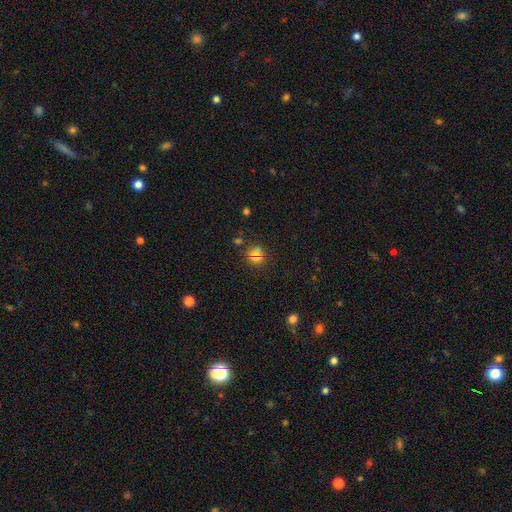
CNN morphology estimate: Overall: smooth (60%; star or artifact 29%). How rounded: round (88%). Merging: none (79%).